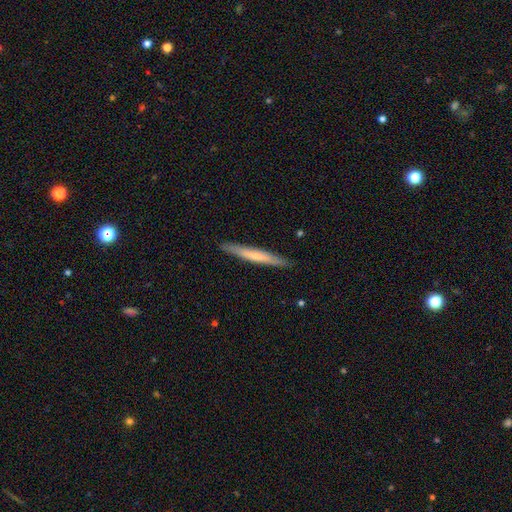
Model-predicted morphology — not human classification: smooth 54%, featured or disk 41%, star or artifact 5%. Down the decision tree: how rounded — cigar-shaped (96%); merging — none (91%).